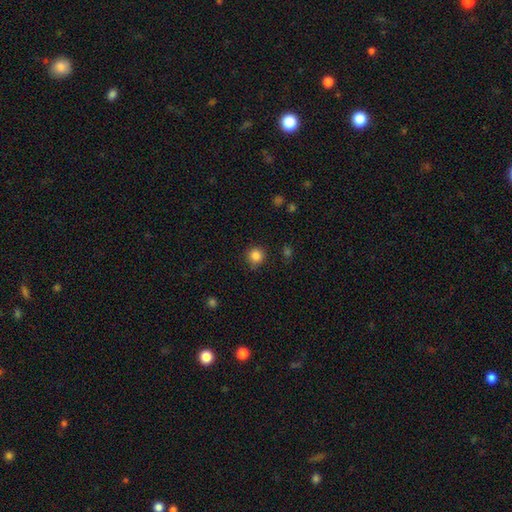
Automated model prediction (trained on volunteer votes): Q: Smooth or featured?
A: smooth (86%); runner-up: star or artifact (11%)
Q: How rounded?
A: round (93%); runner-up: in between (6%)
Q: Merging?
A: none (84%); runner-up: minor disturbance (11%)